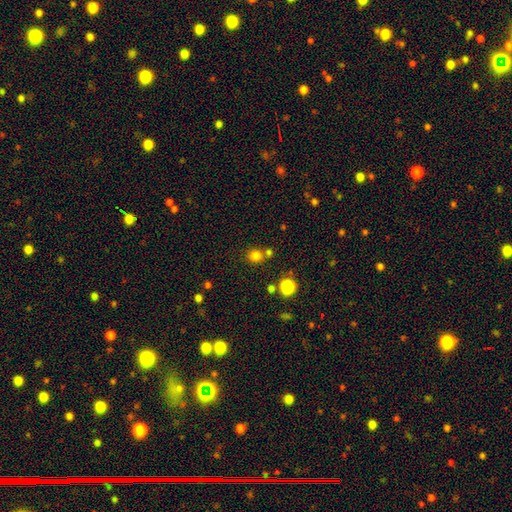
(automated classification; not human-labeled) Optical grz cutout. It shows a smooth galaxy with no disk features (77%) that is round (85%). Merging: none (67%).